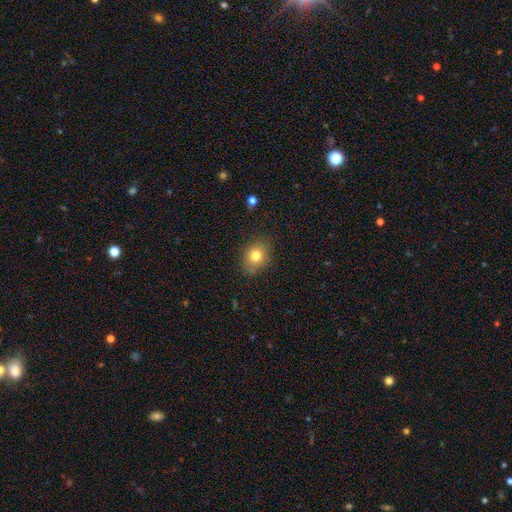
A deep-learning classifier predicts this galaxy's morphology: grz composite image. It shows a smooth galaxy with no disk features (78%) that is round (59%). Merging: none (82%).